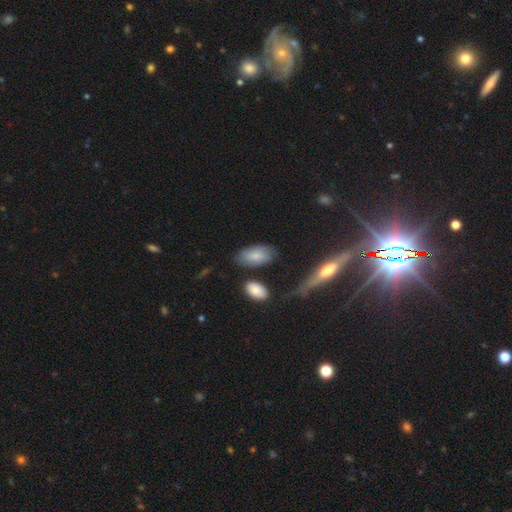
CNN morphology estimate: smooth-or-featured: smooth: 74% | featured or disk: 19% | star or artifact: 7%
  how-rounded: in between: 93% | cigar-shaped: 4% | round: 3%
  merging: none: 69% | minor disturbance: 19% | major disturbance: 6% | merger: 5%